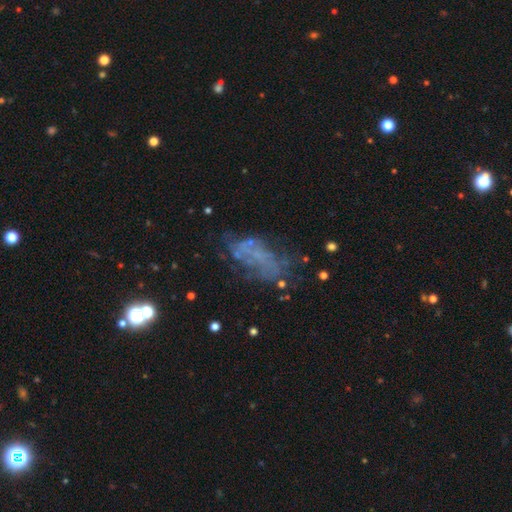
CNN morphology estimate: The model was most divided on "smooth or featured": featured or disk: 48%, smooth: 28%, star or artifact: 24%. Remaining: merging — none (47%).